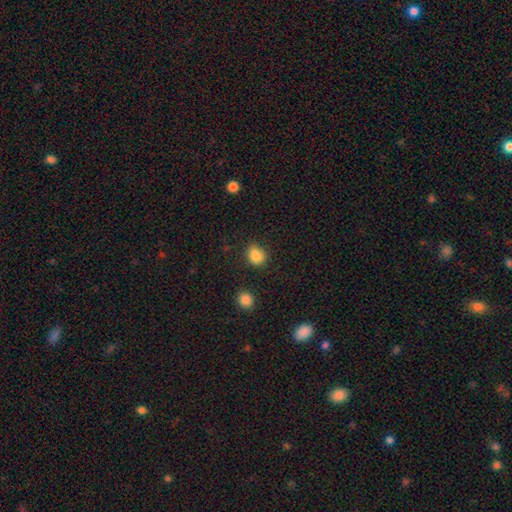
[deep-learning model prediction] smooth_or_featured: smooth (p=0.85) [alt: star or artifact p=0.11]
how_rounded: round (p=0.57) [alt: in between p=0.42]
merging: none (p=0.78) [alt: minor disturbance p=0.15]